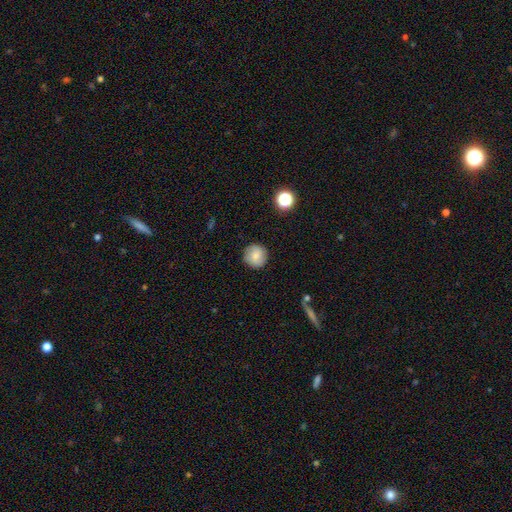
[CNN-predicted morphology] Q: Smooth or featured?
A: smooth (76%); runner-up: featured or disk (15%)
Q: How rounded?
A: round (94%); runner-up: in between (5%)
Q: Merging?
A: none (88%); runner-up: minor disturbance (8%)